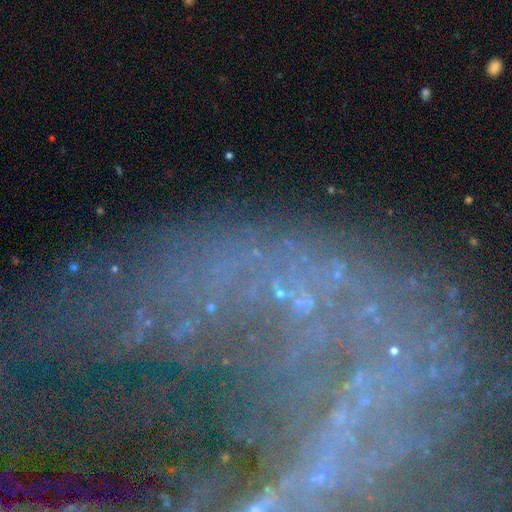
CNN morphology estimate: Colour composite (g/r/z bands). It shows a star or artifact, not a galaxy (42%).